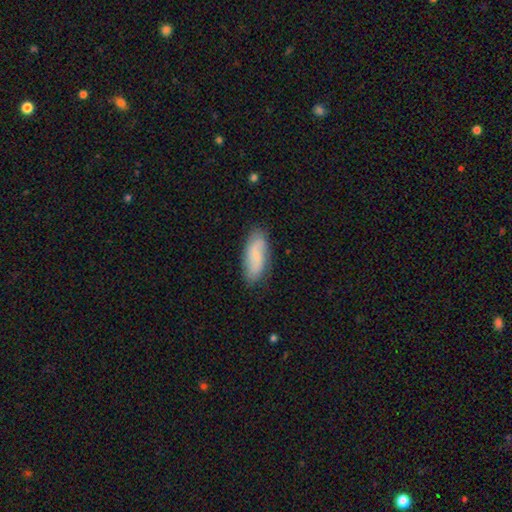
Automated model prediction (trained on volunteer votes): This appears to be a smooth galaxy with no disk features (52%) that is in between round and cigar-shaped (77%). Merging: none (81%).